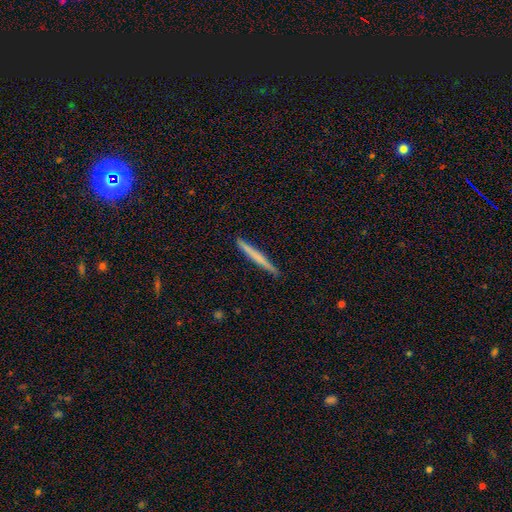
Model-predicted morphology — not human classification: Overall: smooth (59%; featured or disk 36%). How rounded: cigar-shaped (97%). Merging: none (90%).